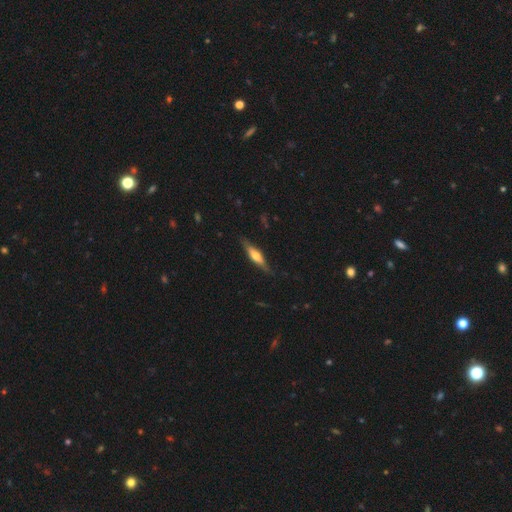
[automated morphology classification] A featured or disk galaxy (53%) viewed edge-on (91%).

Vote fractions:
- Smooth or featured? featured or disk: 53% / smooth: 41% / star or artifact: 6%
- Edge-on disk? yes: 91% / no: 9%
- Merging? none: 81% / minor disturbance: 14% / major disturbance: 3% / merger: 1%